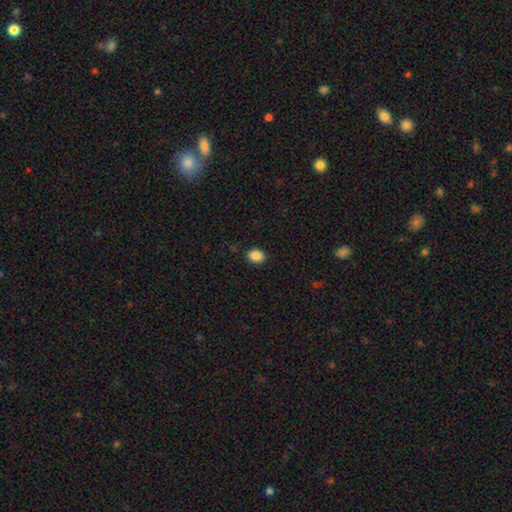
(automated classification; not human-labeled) Smooth or featured? Predicted: smooth (p=0.88). How rounded? Predicted: in between (p=0.63). Merging? Predicted: none (p=0.90).